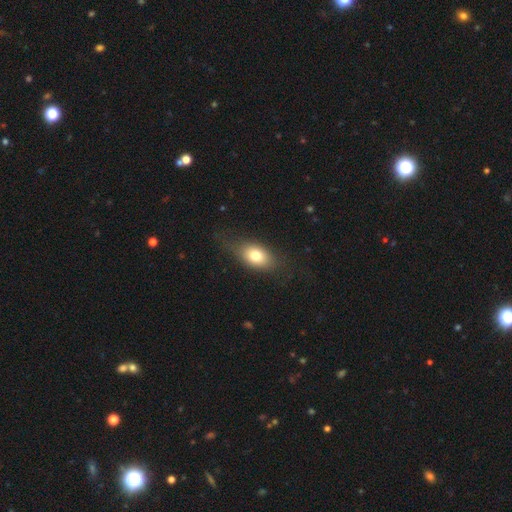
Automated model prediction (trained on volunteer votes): Morphology: type=smooth (75%); roundness=in between (82%); merging=none (69%).